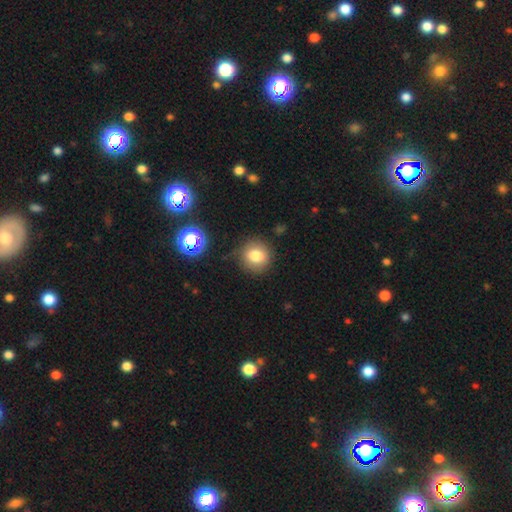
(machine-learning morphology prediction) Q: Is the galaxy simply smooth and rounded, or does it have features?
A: smooth — 78%.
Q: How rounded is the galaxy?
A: round — 85%.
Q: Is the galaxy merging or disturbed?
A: none — 84%.